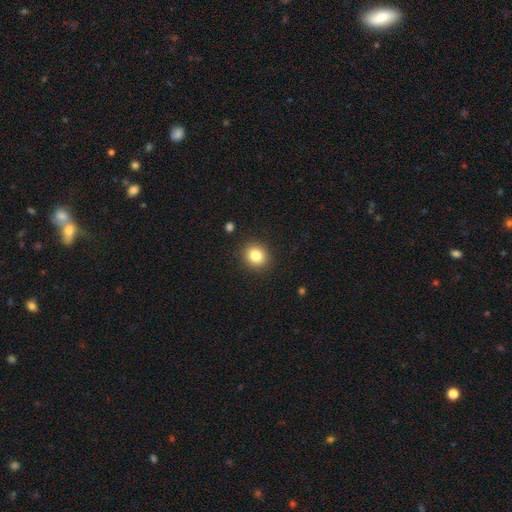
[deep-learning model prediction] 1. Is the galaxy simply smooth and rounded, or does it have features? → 83% smooth, 11% star or artifact, 7% featured or disk.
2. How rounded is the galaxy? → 79% round, 20% in between, 1% cigar-shaped.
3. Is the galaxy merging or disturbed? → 90% none, 6% minor disturbance, 2% major disturbance, 1% merger.